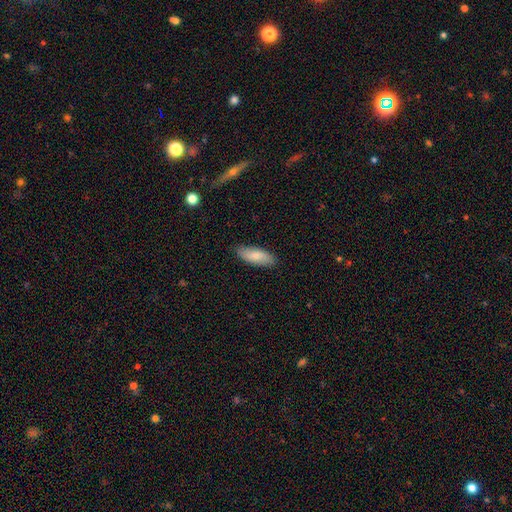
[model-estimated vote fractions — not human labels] The model was most divided on "how rounded": in between: 72%, cigar-shaped: 26%, round: 2%. More confident: merging — none (85%); smooth or featured — smooth (81%).